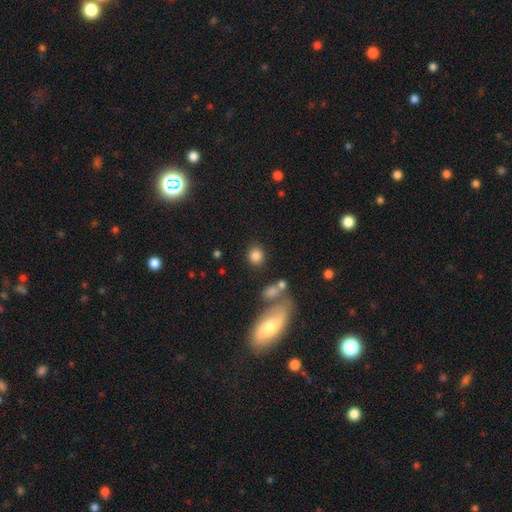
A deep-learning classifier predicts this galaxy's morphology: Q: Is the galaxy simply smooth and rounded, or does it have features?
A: smooth — 83%.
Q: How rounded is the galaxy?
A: round — 78%.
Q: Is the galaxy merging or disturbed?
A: none — 78%.